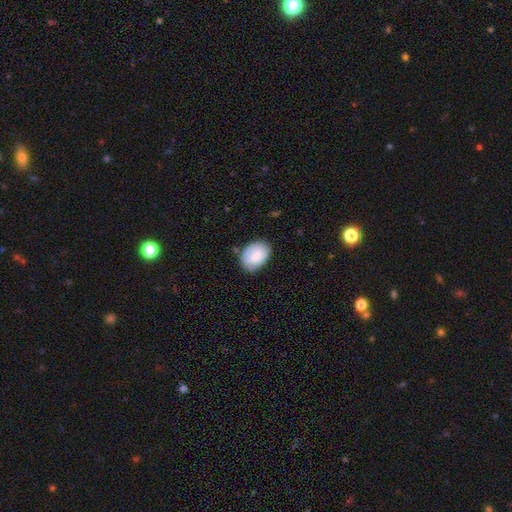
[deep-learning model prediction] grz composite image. It shows a smooth galaxy with no disk features (72%) that is in between round and cigar-shaped (74%). Merging: none (71%).